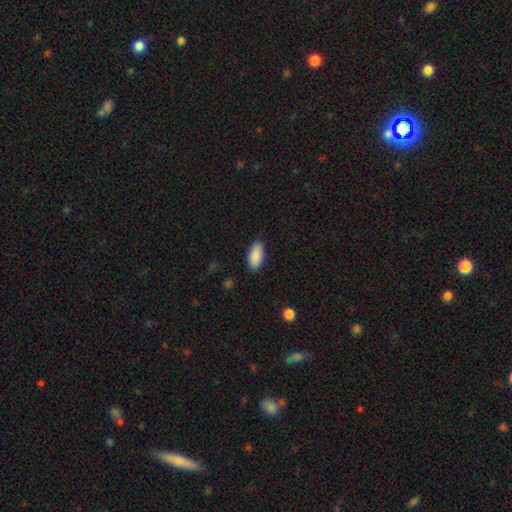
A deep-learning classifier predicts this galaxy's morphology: Smooth or featured? Predicted: smooth (p=0.89). How rounded? Predicted: in between (p=0.89). Merging? Predicted: none (p=0.87).